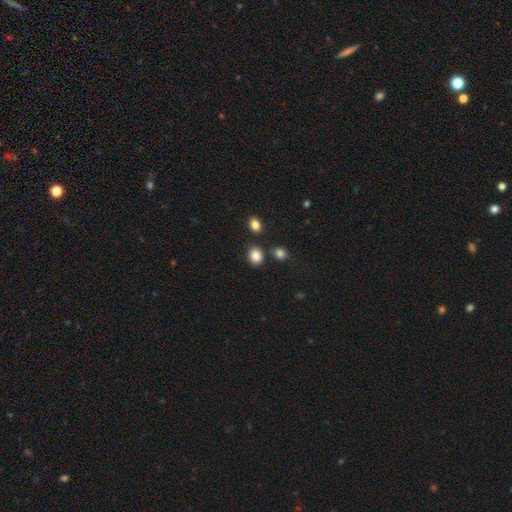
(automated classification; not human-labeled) A smooth galaxy with no disk features (86%) that is round (59%).

Vote fractions:
- Smooth or featured? smooth: 86% / star or artifact: 10% / featured or disk: 4%
- How rounded? round: 59% / in between: 40% / cigar-shaped: 1%
- Merging? none: 81% / minor disturbance: 9% / merger: 8% / major disturbance: 3%